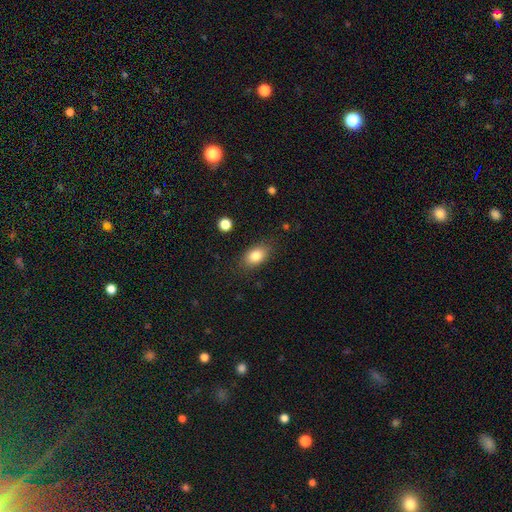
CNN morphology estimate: This is clearly a smooth galaxy (83%). How rounded: clearly in between (86%). Merging: clearly none (83%).